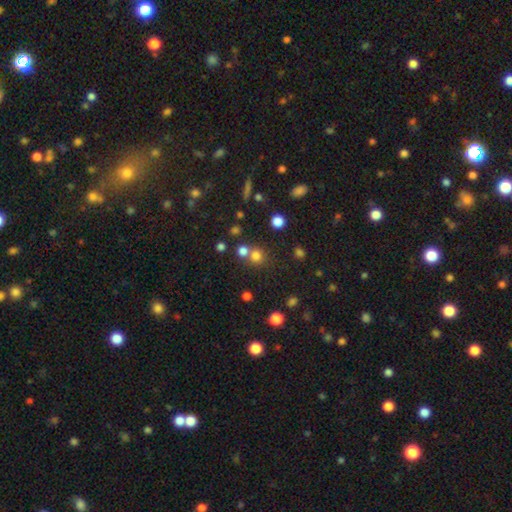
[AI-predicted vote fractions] Smooth or featured? smooth (73%)
How rounded? round (90%)
Merging? none (60%)